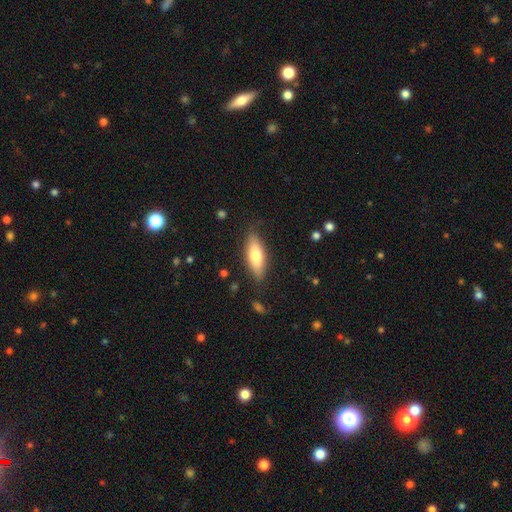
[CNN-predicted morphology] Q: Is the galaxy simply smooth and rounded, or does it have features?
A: smooth — 68%.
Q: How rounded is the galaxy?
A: in between — 59%.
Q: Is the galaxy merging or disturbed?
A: none — 82%.